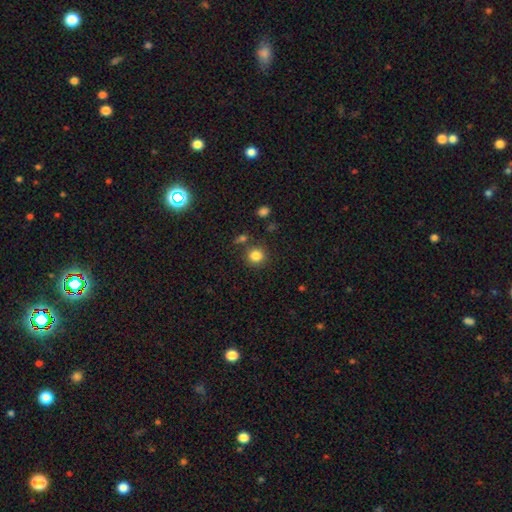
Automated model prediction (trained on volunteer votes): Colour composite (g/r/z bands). It shows a smooth galaxy with no disk features (83%) that is round (91%). Merging: none (81%).